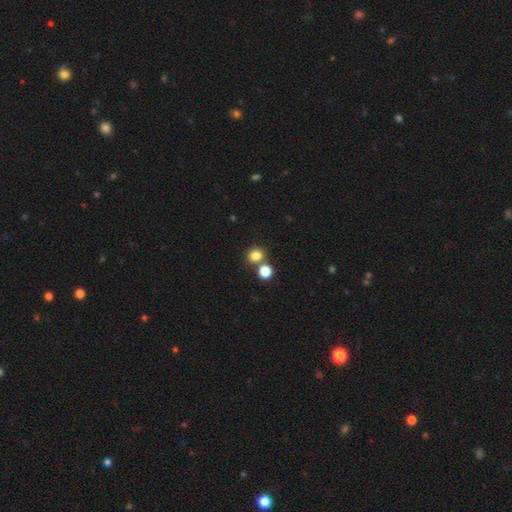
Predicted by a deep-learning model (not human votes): Q: Smooth or featured?
A: smooth (81%); runner-up: star or artifact (14%)
Q: How rounded?
A: round (74%); runner-up: in between (25%)
Q: Merging?
A: none (64%); runner-up: merger (25%)